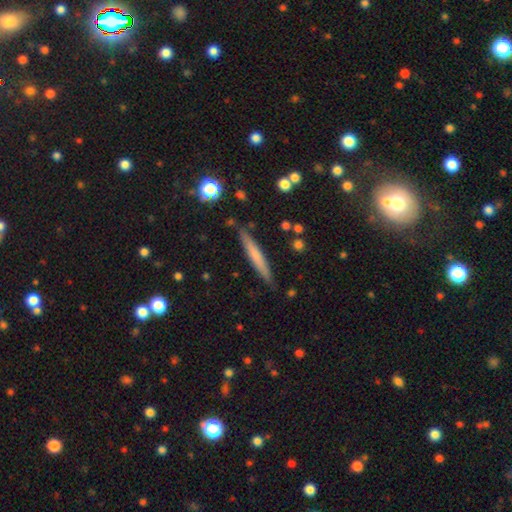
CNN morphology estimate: type=smooth (60%); roundness=cigar-shaped (95%); merging=none (87%).